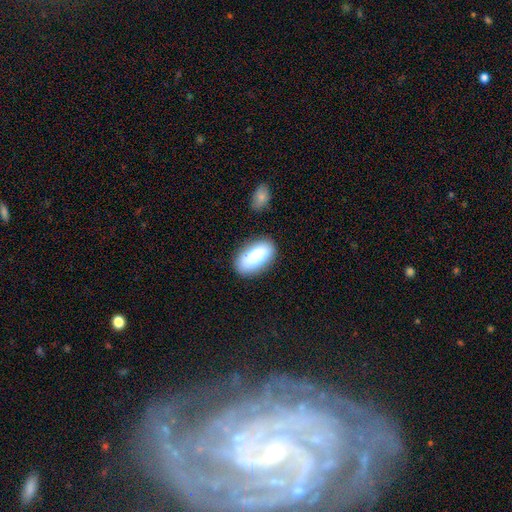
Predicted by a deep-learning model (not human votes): This appears to be a smooth galaxy with no disk features (81%) that is in between round and cigar-shaped (91%). Merging: none (78%).